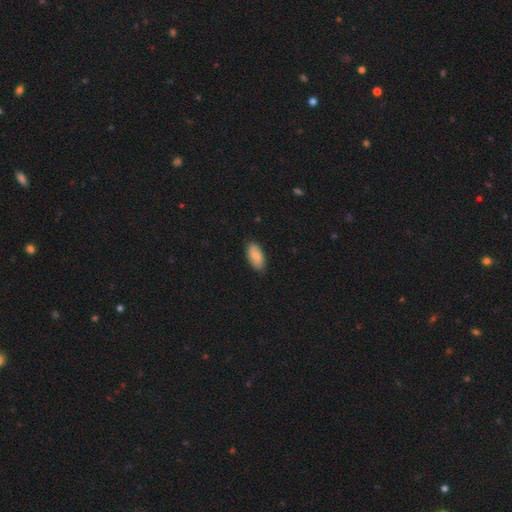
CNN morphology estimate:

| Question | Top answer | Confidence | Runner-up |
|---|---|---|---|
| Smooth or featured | smooth | 78% | featured or disk (16%) |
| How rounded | in between | 92% | cigar-shaped (5%) |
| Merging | none | 82% | minor disturbance (15%) |